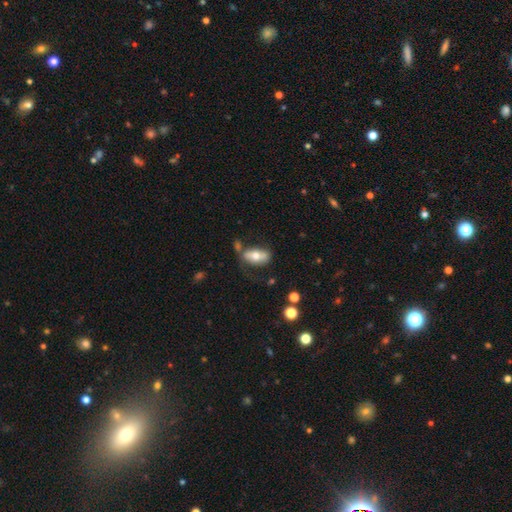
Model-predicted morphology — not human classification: Smooth or featured? smooth (61%)
How rounded? in between (88%)
Merging? none (50%)